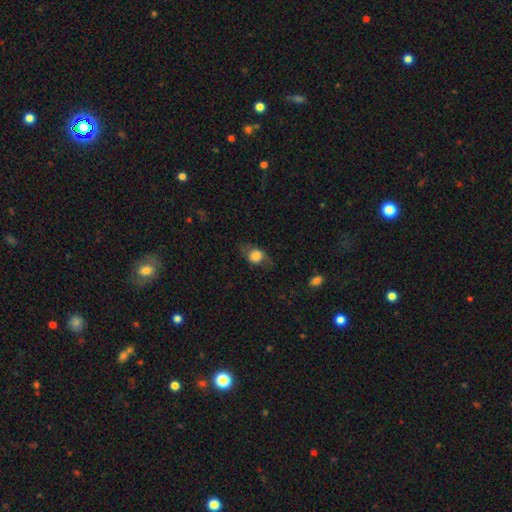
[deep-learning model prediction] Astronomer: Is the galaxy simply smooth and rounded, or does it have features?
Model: smooth — 65%.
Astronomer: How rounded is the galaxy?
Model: round — 54% (runner-up: in between, 44%).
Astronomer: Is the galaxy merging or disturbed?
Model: none — 66%.